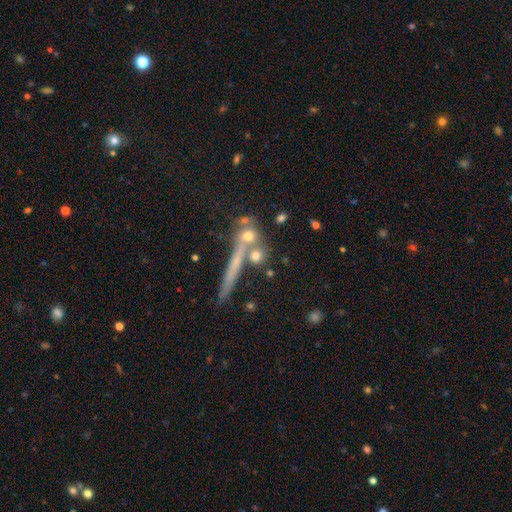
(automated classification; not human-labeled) A smooth galaxy with no disk features (64%) that is round (66%).

Vote fractions:
- Smooth or featured? smooth: 64% / featured or disk: 22% / star or artifact: 13%
- How rounded? round: 66% / cigar-shaped: 23% / in between: 12%
- Merging? none: 65% / merger: 21% / minor disturbance: 10% / major disturbance: 4%